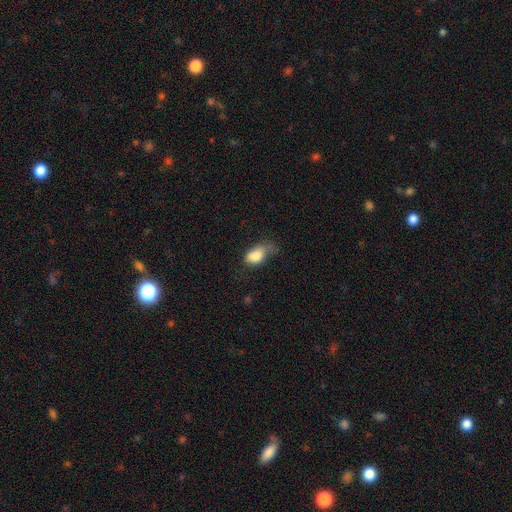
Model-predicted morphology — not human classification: type=smooth (78%); roundness=in between (88%); merging=minor disturbance (35%).